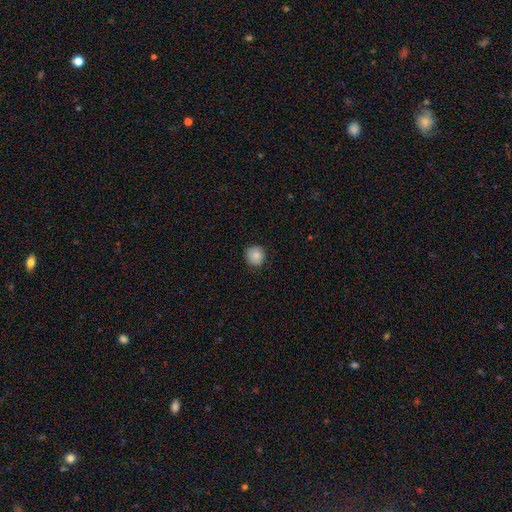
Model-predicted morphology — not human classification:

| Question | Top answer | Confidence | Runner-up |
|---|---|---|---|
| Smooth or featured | smooth | 86% | star or artifact (8%) |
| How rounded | round | 92% | in between (7%) |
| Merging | none | 87% | minor disturbance (10%) |